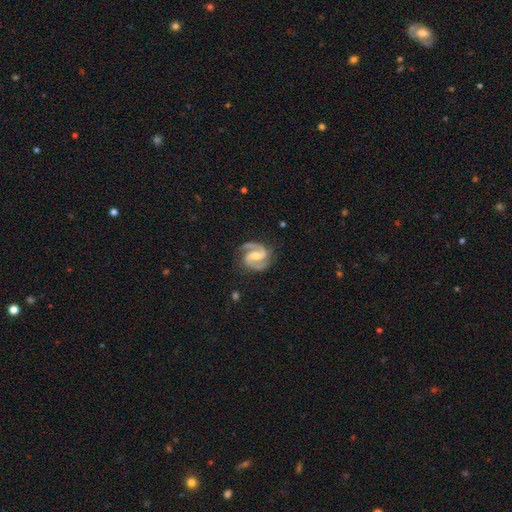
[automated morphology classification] A featured or disk galaxy (93%) with a weak bar (44%), 2 (94%) medium (61%) spiral arms (99%) and a moderate central bulge (56%). Merging: none (84%).